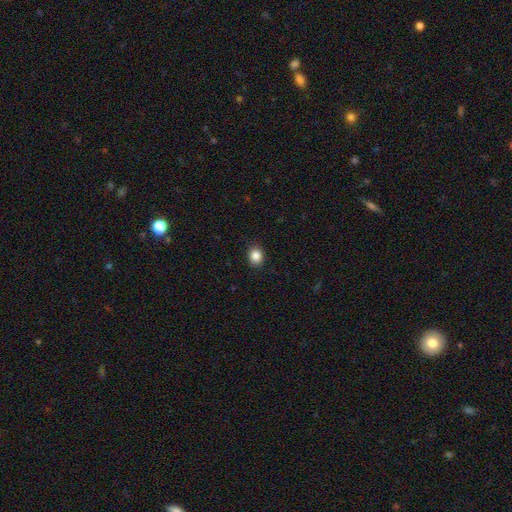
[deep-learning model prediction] This appears to be a smooth galaxy with no disk features (86%) that is round (70%). Merging: none (90%).